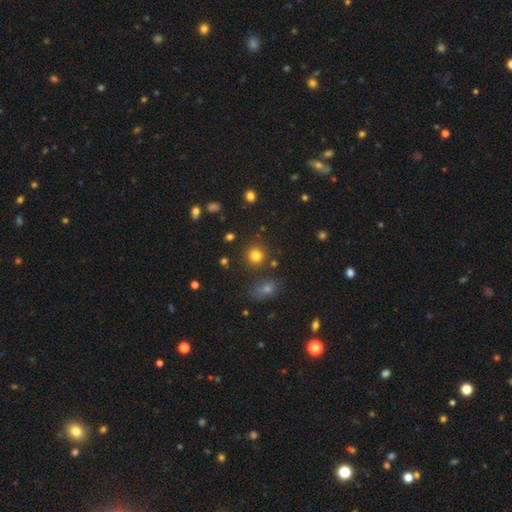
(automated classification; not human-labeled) This appears to be a smooth galaxy with no disk features (79%) that is round (90%). Merging: none (85%).